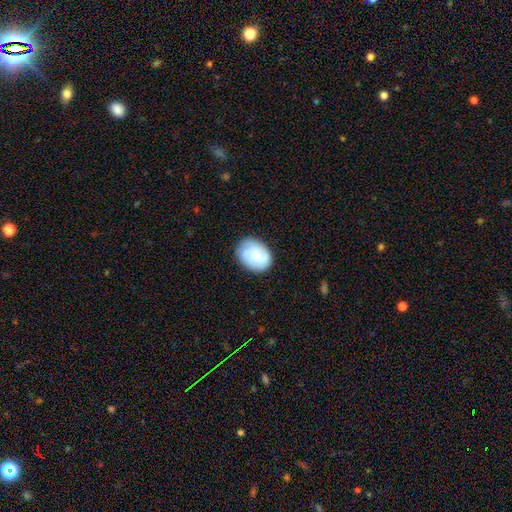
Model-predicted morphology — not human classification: A smooth galaxy with no disk features (69%) that is in between round and cigar-shaped (58%).

Vote fractions:
- Smooth or featured? smooth: 69% / featured or disk: 24% / star or artifact: 7%
- How rounded? in between: 58% / round: 41% / cigar-shaped: 1%
- Merging? none: 76% / minor disturbance: 18% / major disturbance: 4% / merger: 1%